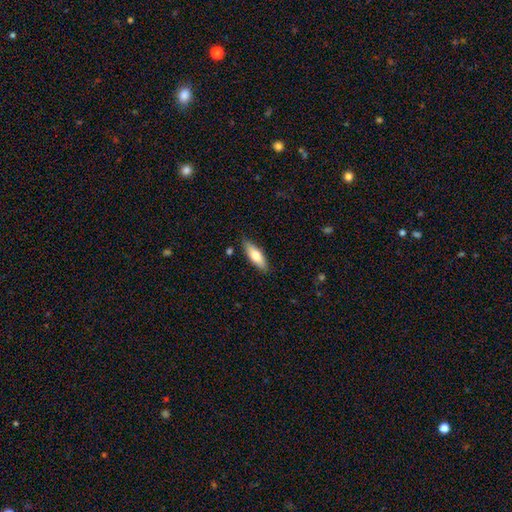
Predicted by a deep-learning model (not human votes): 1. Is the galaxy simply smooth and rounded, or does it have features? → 66% smooth, 29% featured or disk, 6% star or artifact.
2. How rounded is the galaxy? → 53% in between, 45% cigar-shaped, 2% round.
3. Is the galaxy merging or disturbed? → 86% none, 10% minor disturbance, 2% major disturbance, 1% merger.